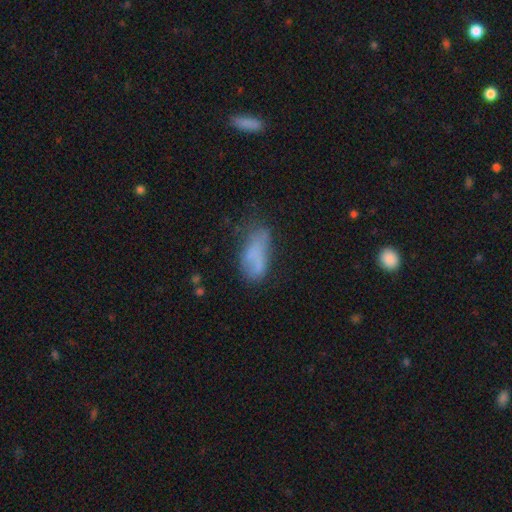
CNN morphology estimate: Overall: smooth (61%; featured or disk 26%). How rounded: in between (82%). Merging: none (35%; minor disturbance 29%).